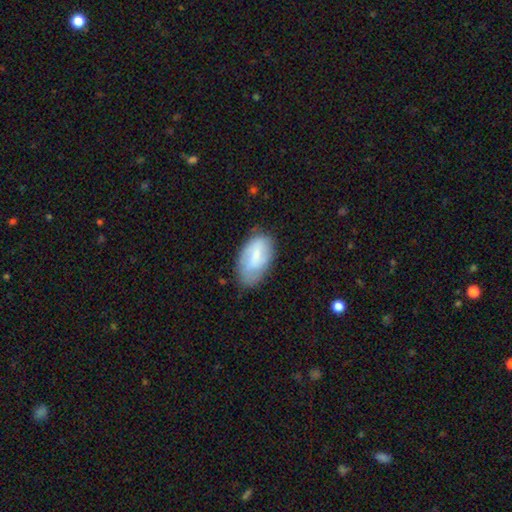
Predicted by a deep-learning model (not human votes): A smooth galaxy with no disk features (63%) that is in between round and cigar-shaped (94%).

Vote fractions:
- Smooth or featured? smooth: 63% / featured or disk: 30% / star or artifact: 7%
- How rounded? in between: 94% / round: 4% / cigar-shaped: 2%
- Merging? none: 61% / minor disturbance: 29% / major disturbance: 8% / merger: 2%